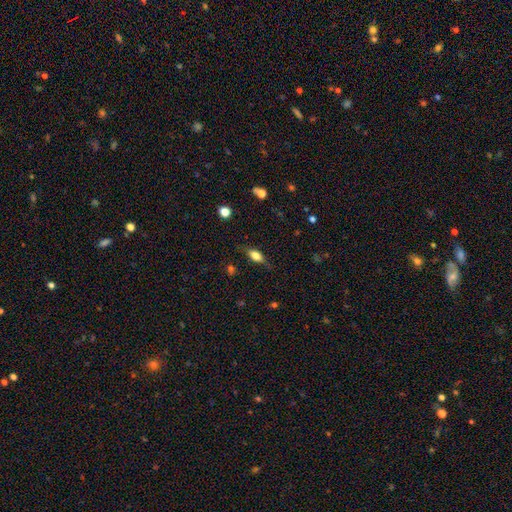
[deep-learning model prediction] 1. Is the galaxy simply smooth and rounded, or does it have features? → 59% smooth, 31% featured or disk, 9% star or artifact.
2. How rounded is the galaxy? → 71% in between, 21% cigar-shaped, 8% round.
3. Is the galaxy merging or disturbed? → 75% none, 18% minor disturbance, 5% major disturbance, 1% merger.